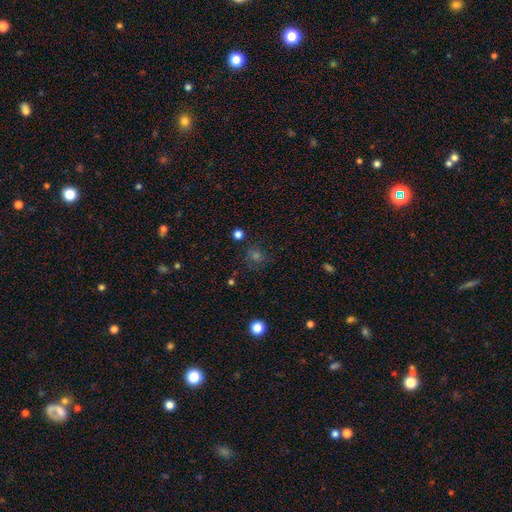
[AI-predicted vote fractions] Smooth or featured?
  - smooth: 46% *
  - star or artifact: 38%
  - featured or disk: 16%
Merging?
  - none: 75% *
  - minor disturbance: 14%
  - major disturbance: 8%
  - merger: 3%